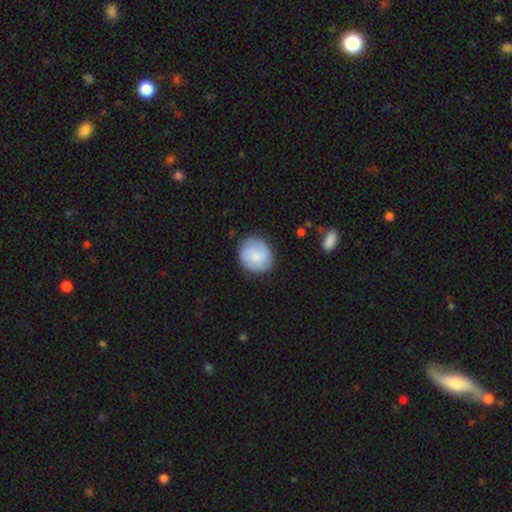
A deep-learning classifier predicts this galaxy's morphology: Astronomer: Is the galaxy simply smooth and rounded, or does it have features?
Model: smooth — 71%.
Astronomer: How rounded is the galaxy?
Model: round — 82%.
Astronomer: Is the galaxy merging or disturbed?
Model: none — 83%.